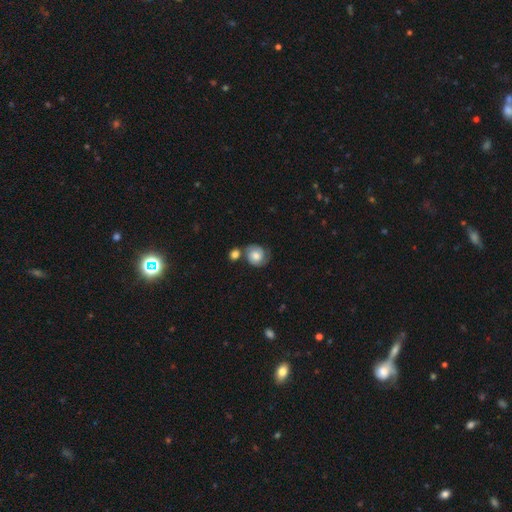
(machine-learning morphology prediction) Overall: featured or disk (51%; smooth 41%). Edge-on disk: no (98%). Merging: none (55%; merger 20%).